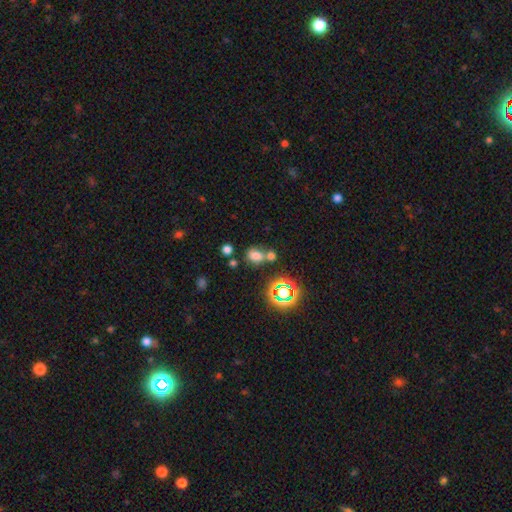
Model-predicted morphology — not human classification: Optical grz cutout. It shows a smooth galaxy with no disk features (68%) that is in between round and cigar-shaped (54%). Merging: none (53%).